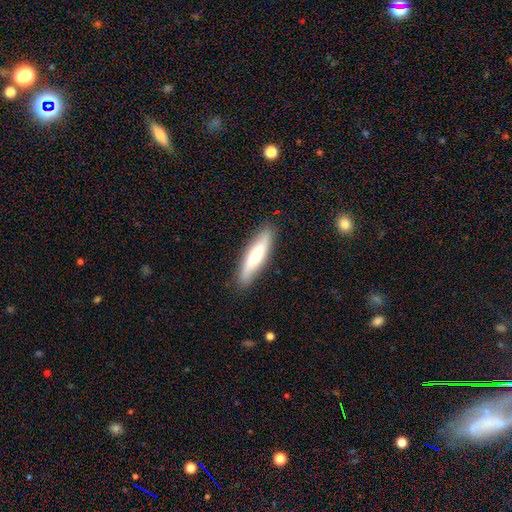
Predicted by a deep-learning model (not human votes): Smooth or featured? Predicted: smooth (p=0.60). How rounded? Predicted: cigar-shaped (p=0.75). Merging? Predicted: none (p=0.88).